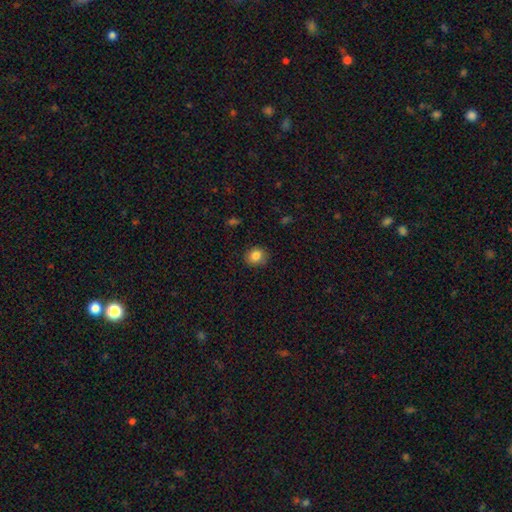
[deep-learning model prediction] Smooth or featured? Predicted: smooth (p=0.84). How rounded? Predicted: round (p=0.69). Merging? Predicted: none (p=0.87).